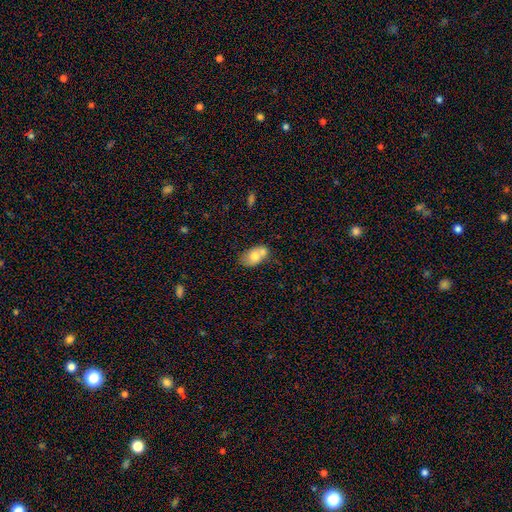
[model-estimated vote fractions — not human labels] This is likely a smooth galaxy (72%). How rounded: clearly in between (84%). Merging: marginally merger (42%).